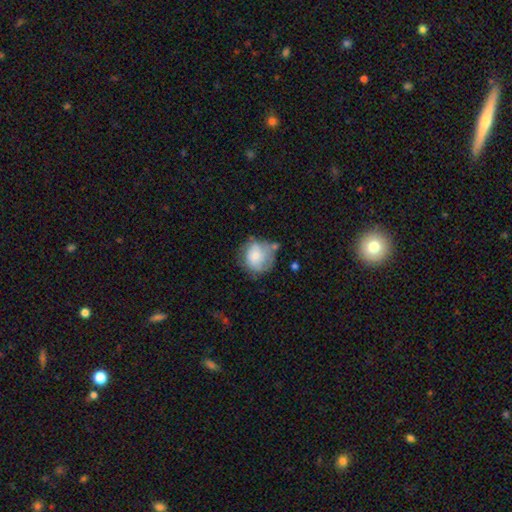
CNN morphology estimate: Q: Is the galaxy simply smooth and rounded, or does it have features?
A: smooth — 65%.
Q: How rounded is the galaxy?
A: round — 77%.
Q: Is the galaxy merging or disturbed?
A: none — 44%.